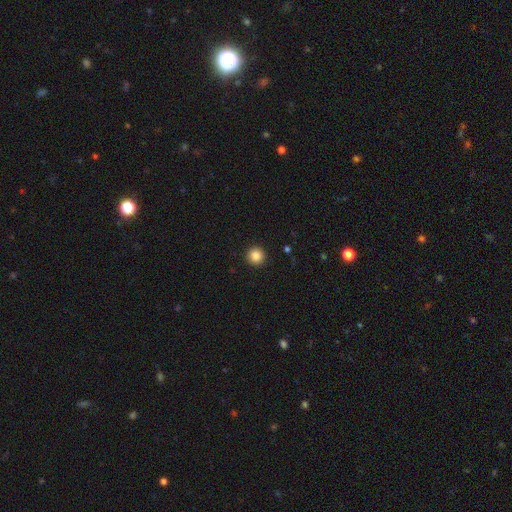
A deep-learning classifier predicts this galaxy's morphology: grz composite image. It shows a smooth galaxy with no disk features (85%) that is round (96%). Merging: none (93%).